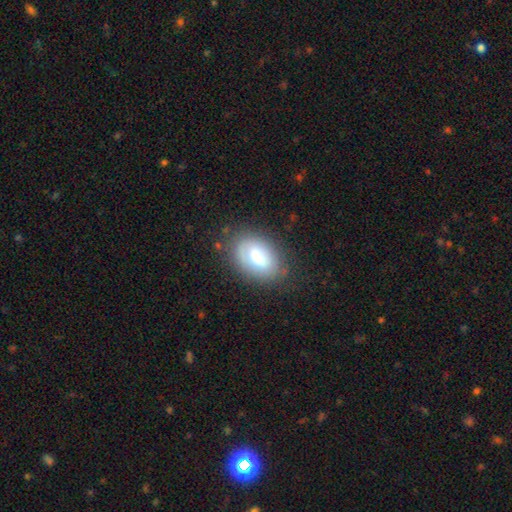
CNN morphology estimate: smooth-or-featured: smooth: 63% | featured or disk: 29% | star or artifact: 8%
  how-rounded: in between: 89% | round: 9% | cigar-shaped: 2%
  merging: none: 73% | minor disturbance: 19% | major disturbance: 6% | merger: 2%